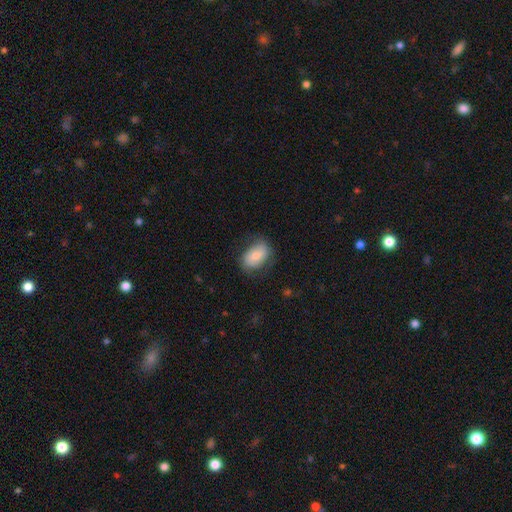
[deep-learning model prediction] Overall: smooth (69%). How rounded: in between (84%). Merging: none (70%).